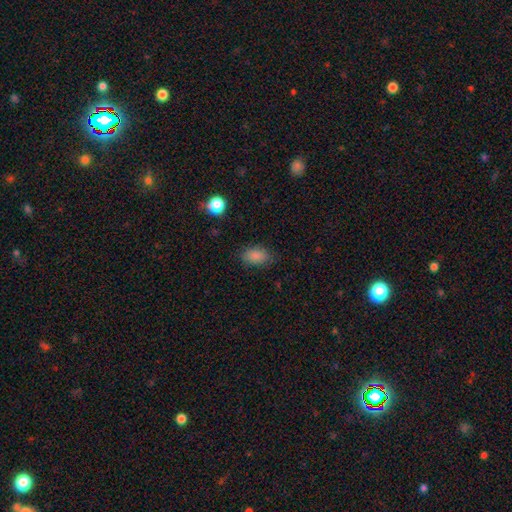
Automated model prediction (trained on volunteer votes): This is clearly a smooth galaxy (86%). How rounded: clearly in between (89%). Merging: clearly none (82%).